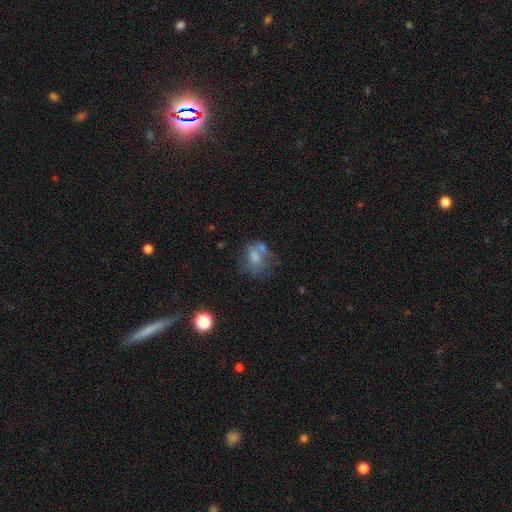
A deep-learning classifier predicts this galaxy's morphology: Smooth or featured? Predicted: smooth (p=0.59). How rounded? Predicted: in between (p=0.58). Merging? Predicted: none (p=0.36).